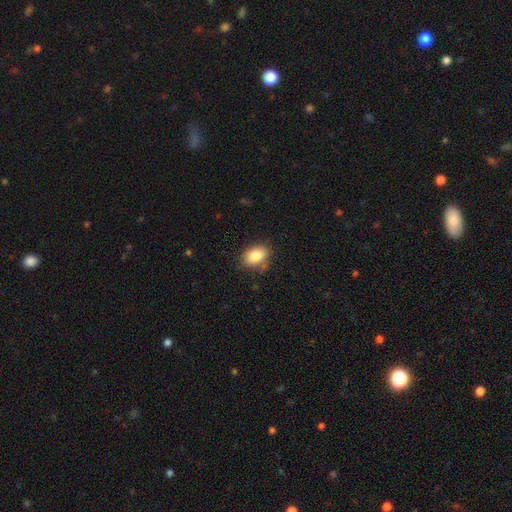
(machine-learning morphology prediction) This appears to be a smooth galaxy with no disk features (84%) that is in between round and cigar-shaped (82%). Merging: none (75%).